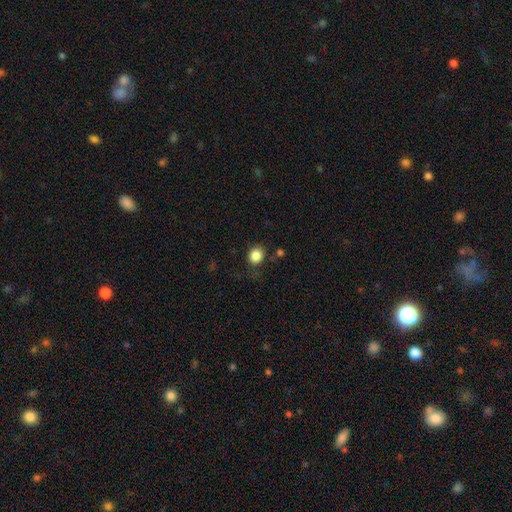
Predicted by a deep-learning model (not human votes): Smooth or featured?
  - smooth: 85% *
  - star or artifact: 10%
  - featured or disk: 5%
How rounded?
  - round: 75% *
  - in between: 24%
  - cigar-shaped: 1%
Merging?
  - none: 76% *
  - minor disturbance: 14%
  - major disturbance: 6%
  - merger: 3%